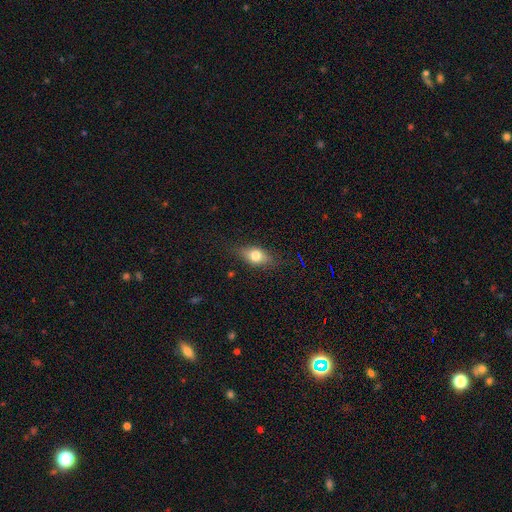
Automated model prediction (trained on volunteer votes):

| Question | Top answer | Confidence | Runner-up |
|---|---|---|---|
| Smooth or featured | smooth | 68% | featured or disk (23%) |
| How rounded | in between | 76% | round (15%) |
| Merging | none | 78% | minor disturbance (16%) |